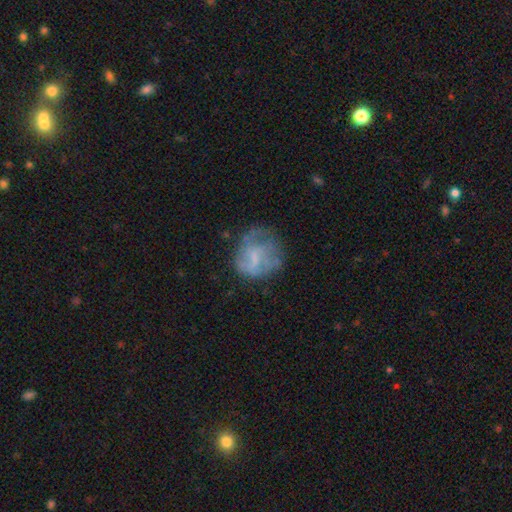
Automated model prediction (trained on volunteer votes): Smooth or featured: featured or disk — 52% (smooth — 38%)
Edge-on disk: no — 98% (yes — 2%)
Bar: no — 53% (weak — 39%)
Spiral arms: yes — 51% (no — 49%)
Bulge size: none — 45% (small — 33%)
Merging: none — 51% (minor disturbance — 24%)